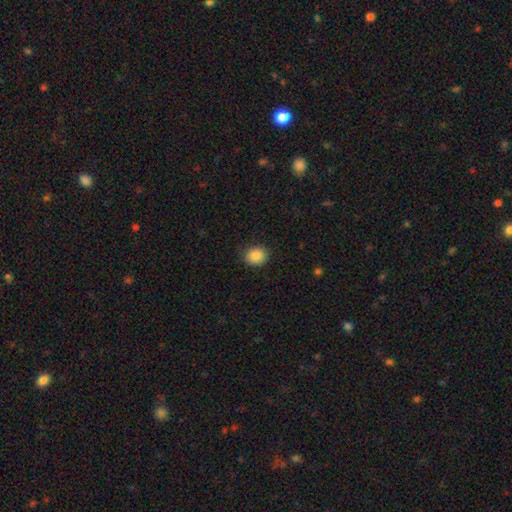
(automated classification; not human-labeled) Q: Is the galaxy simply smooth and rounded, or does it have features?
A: smooth — 87%.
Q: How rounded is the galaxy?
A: round — 68%.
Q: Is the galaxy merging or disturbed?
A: none — 87%.